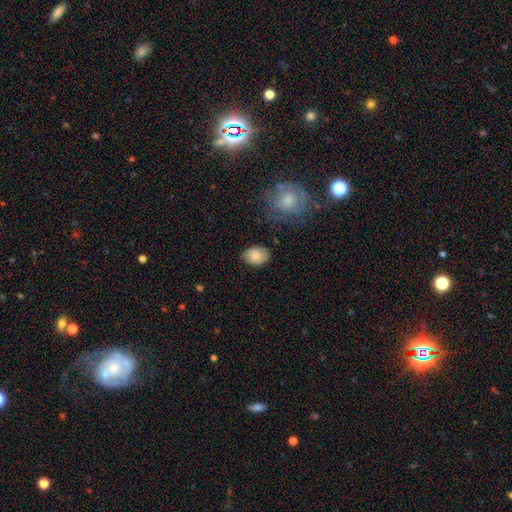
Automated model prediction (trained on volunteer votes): This is clearly a smooth galaxy (83%). How rounded: likely in between (61%). Merging: likely none (79%).